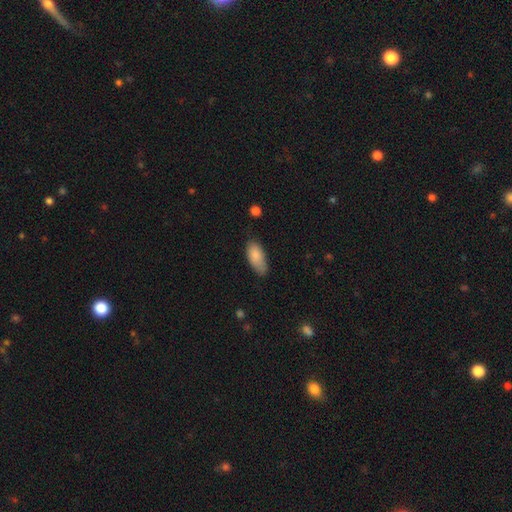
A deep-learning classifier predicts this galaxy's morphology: Smooth or featured? smooth (84%)
How rounded? in between (88%)
Merging? none (65%)